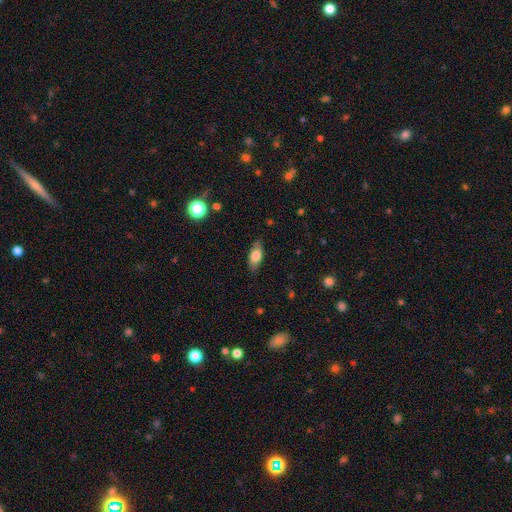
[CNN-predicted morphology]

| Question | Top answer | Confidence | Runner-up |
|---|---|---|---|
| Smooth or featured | smooth | 72% | featured or disk (21%) |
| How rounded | in between | 82% | cigar-shaped (13%) |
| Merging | none | 81% | minor disturbance (15%) |